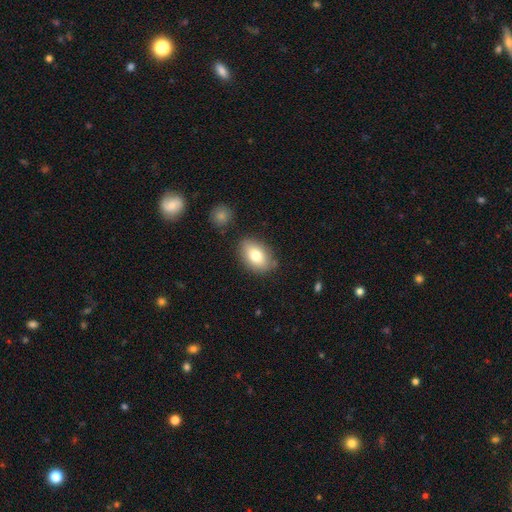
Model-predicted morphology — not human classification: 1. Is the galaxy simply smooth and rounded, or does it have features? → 78% smooth, 14% featured or disk, 8% star or artifact.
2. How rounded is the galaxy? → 87% in between, 11% round, 2% cigar-shaped.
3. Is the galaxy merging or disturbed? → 79% none, 14% minor disturbance, 4% merger, 3% major disturbance.